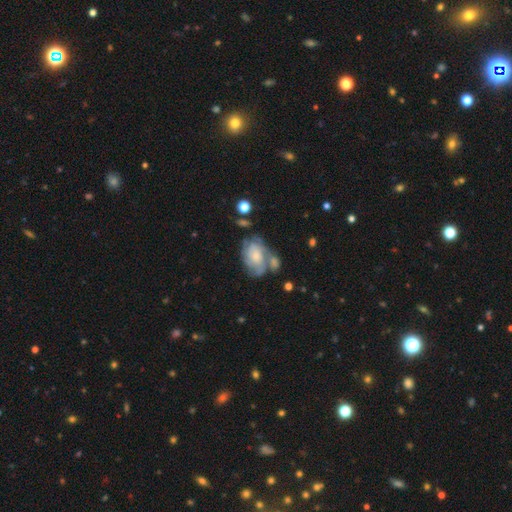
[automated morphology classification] Smooth or featured? Predicted: featured or disk (p=0.58). Edge-on disk? Predicted: no (p=0.96). Bar? Predicted: no (p=0.77). Spiral arms? Predicted: yes (p=0.74). Bulge size? Predicted: small (p=0.52). Merging? Predicted: none (p=0.37).